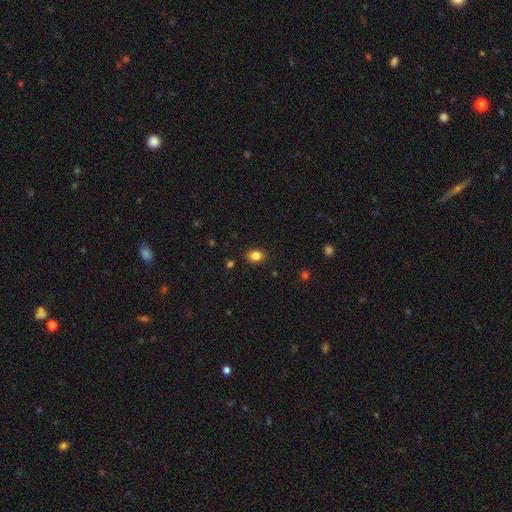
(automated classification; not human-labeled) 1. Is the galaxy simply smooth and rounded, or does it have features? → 84% smooth, 11% star or artifact, 5% featured or disk.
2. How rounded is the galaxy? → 51% round, 49% in between, 1% cigar-shaped.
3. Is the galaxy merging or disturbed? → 87% none, 9% minor disturbance, 2% major disturbance, 1% merger.